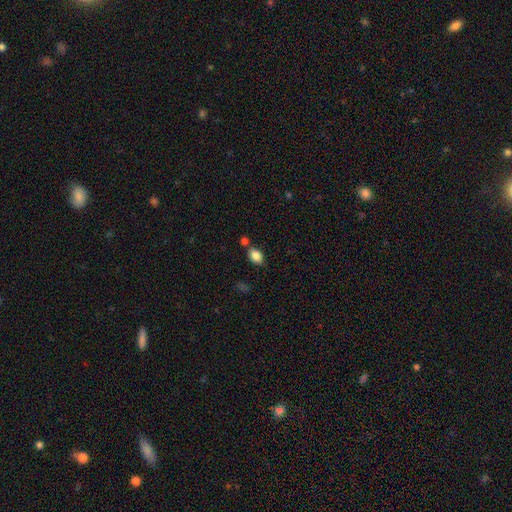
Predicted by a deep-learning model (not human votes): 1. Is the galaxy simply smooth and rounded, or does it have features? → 85% smooth, 9% star or artifact, 6% featured or disk.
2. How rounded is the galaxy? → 82% in between, 16% round, 1% cigar-shaped.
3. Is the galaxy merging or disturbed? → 72% none, 12% minor disturbance, 12% merger, 3% major disturbance.